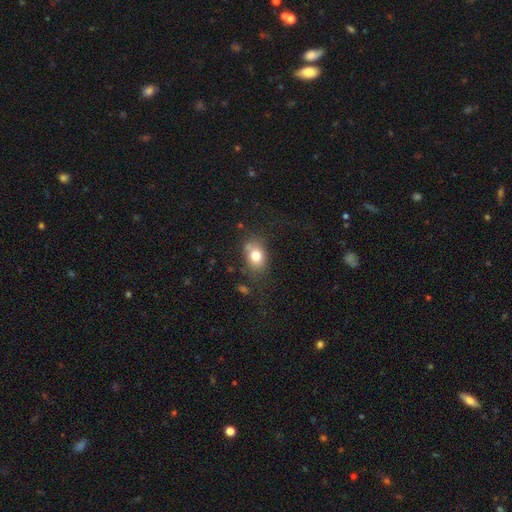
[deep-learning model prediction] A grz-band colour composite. It shows a smooth galaxy with no disk features (78%) that is in between round and cigar-shaped (68%). Merging: none (68%).